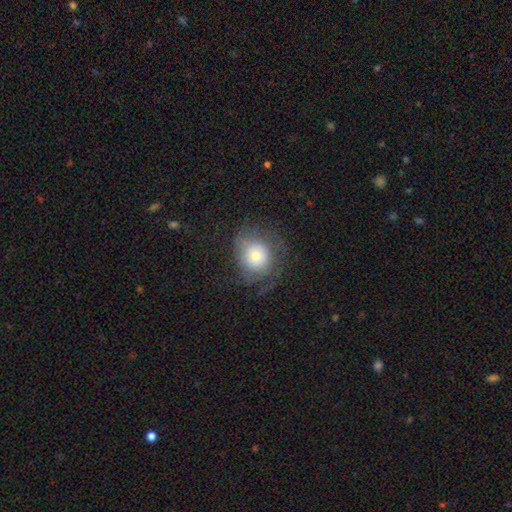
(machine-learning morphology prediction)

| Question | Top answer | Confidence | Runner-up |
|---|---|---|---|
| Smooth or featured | smooth | 60% | featured or disk (30%) |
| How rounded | round | 80% | in between (19%) |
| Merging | none | 62% | minor disturbance (20%) |